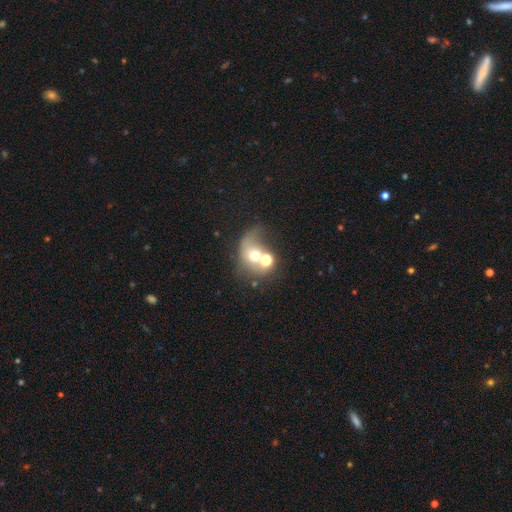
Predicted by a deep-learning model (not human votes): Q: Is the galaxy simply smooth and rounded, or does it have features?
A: smooth — 48%.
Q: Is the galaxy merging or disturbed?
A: merger — 47%.